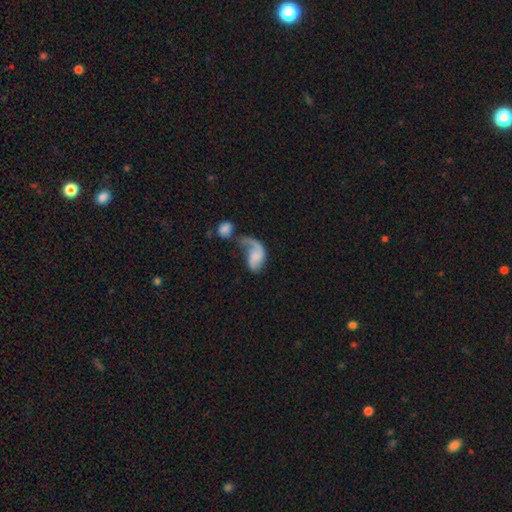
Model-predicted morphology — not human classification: featured or disk 68%, smooth 25%, star or artifact 6%. Down the decision tree: edge-on disk — no (98%); bar — no (64%); spiral arms — yes (89%); spiral arm count — 2 (50%); spiral winding — loose (66%); bulge size — none (44%); merging — major disturbance (33%).